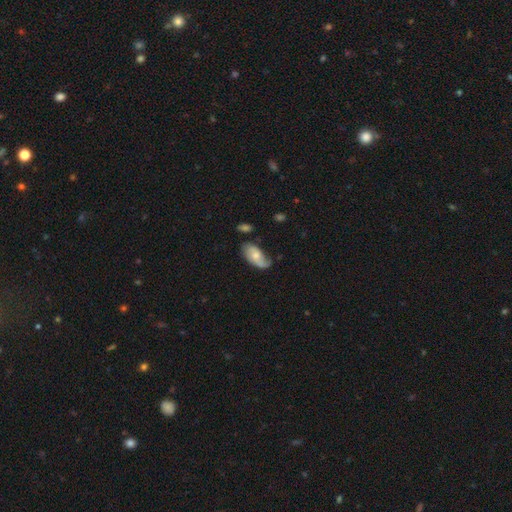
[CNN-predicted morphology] This is possibly a featured or disk galaxy (55%). It is clearly not viewed edge-on (93%). Bar: likely no (66%). Spiral arm pattern: clearly yes (84%). Central bulge: possibly moderate (53%). Merging: possibly none (54%).